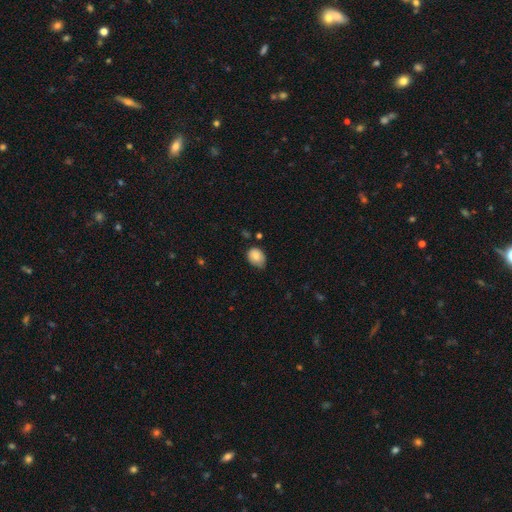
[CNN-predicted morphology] smooth_or_featured: smooth (p=0.83) [alt: featured or disk p=0.09]
how_rounded: in between (p=0.62) [alt: round p=0.37]
merging: none (p=0.56) [alt: minor disturbance p=0.36]